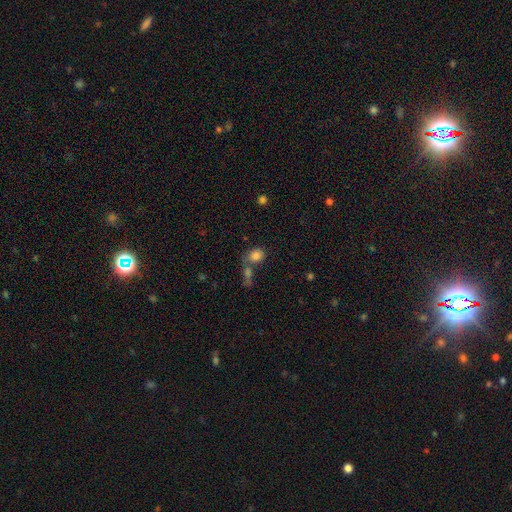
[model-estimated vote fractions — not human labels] smooth 82%, star or artifact 11%, featured or disk 8%. Down the decision tree: how rounded — in between (59%); merging — none (47%).